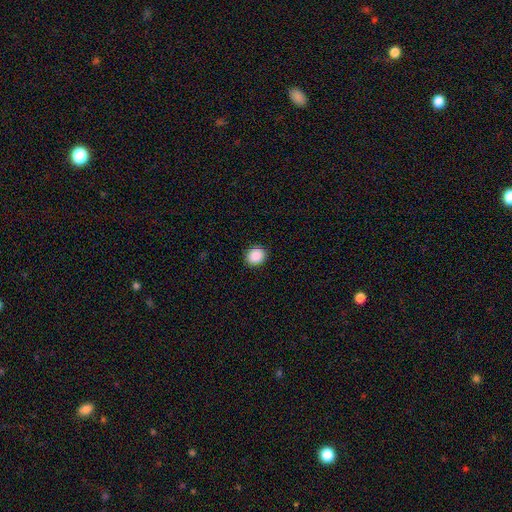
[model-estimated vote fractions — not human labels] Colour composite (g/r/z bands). It shows a smooth galaxy with no disk features (90%) that is round (73%). Merging: none (91%).